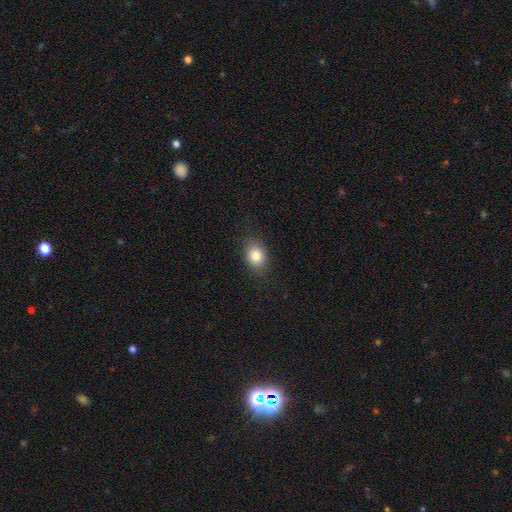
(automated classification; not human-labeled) smooth-or-featured: smooth: 82% | star or artifact: 10% | featured or disk: 8%
  how-rounded: in between: 61% | round: 38% | cigar-shaped: 1%
  merging: none: 85% | minor disturbance: 11% | major disturbance: 3% | merger: 1%